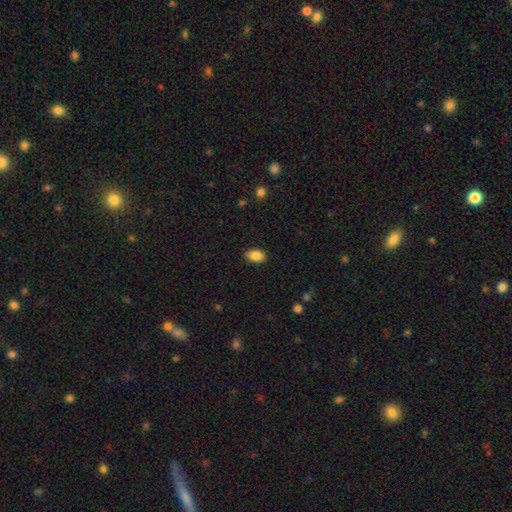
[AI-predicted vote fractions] The model was most divided on "smooth or featured": smooth: 87%, star or artifact: 8%, featured or disk: 5%. More confident: how rounded — in between (89%); merging — none (88%).